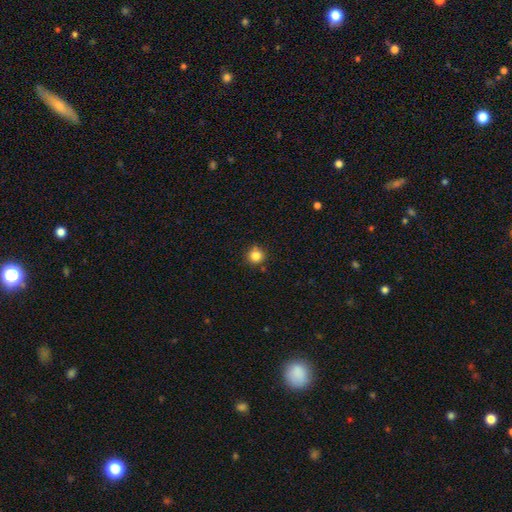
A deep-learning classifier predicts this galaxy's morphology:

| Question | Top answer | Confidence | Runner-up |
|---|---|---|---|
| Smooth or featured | smooth | 83% | star or artifact (12%) |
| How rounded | round | 93% | in between (6%) |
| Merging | none | 85% | minor disturbance (10%) |